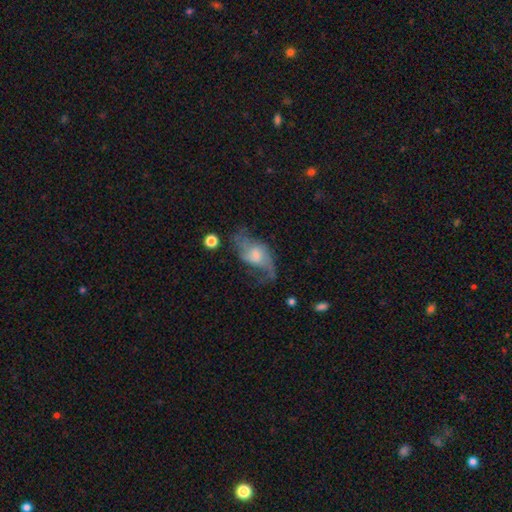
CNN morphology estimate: Overall: featured or disk (75%). Edge-on disk: no (93%). Bar: no (52%; weak 39%). Spiral arms: yes (91%). Spiral arm count: 2 (82%). Spiral winding: loose (63%; medium 30%). Bulge size: moderate (44%; small 25%). Merging: none (60%; minor disturbance 20%).